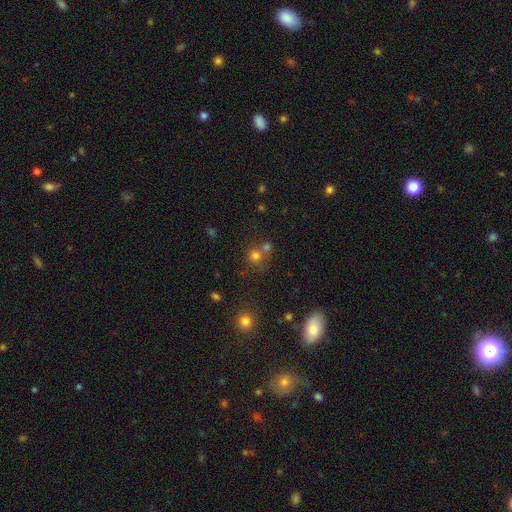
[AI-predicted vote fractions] This appears to be a smooth galaxy with no disk features (73%) that is round (89%). Merging: none (55%).